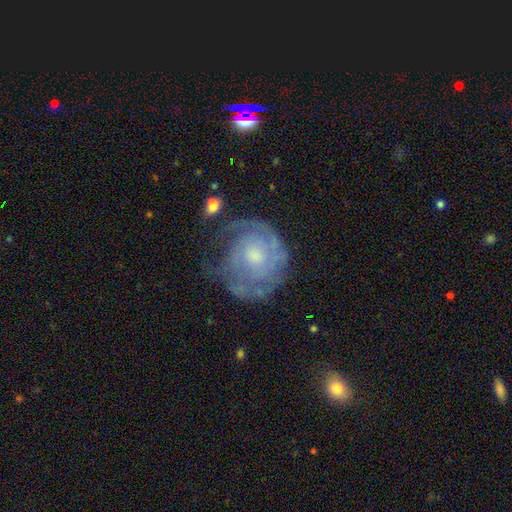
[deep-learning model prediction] Smooth or featured: featured or disk — 72% (smooth — 21%)
Edge-on disk: no — 97% (yes — 3%)
Bar: no — 76% (weak — 21%)
Spiral arms: yes — 82% (no — 18%)
Spiral winding: tight — 64% (medium — 25%)
Spiral arm count: can't tell — 43% (2 — 22%)
Bulge size: moderate — 45% (small — 41%)
Merging: none — 53% (minor disturbance — 23%)